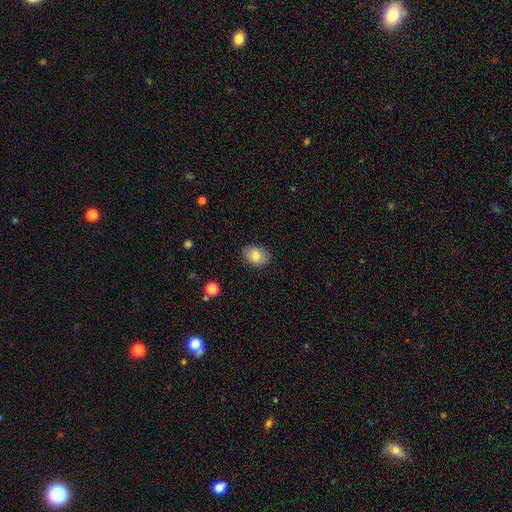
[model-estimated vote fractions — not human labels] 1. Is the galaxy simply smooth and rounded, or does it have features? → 82% smooth, 10% featured or disk, 8% star or artifact.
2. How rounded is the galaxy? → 66% in between, 33% round, 1% cigar-shaped.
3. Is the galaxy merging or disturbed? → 86% none, 11% minor disturbance, 2% major disturbance, 1% merger.